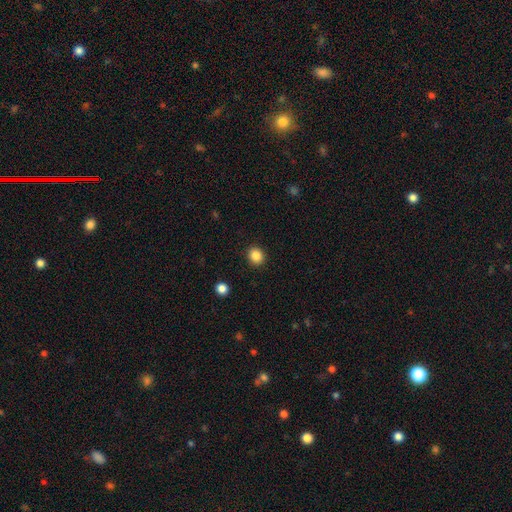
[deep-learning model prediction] smooth_or_featured: smooth (p=0.86) [alt: star or artifact p=0.10]
how_rounded: round (p=0.76) [alt: in between p=0.23]
merging: none (p=0.91) [alt: minor disturbance p=0.06]